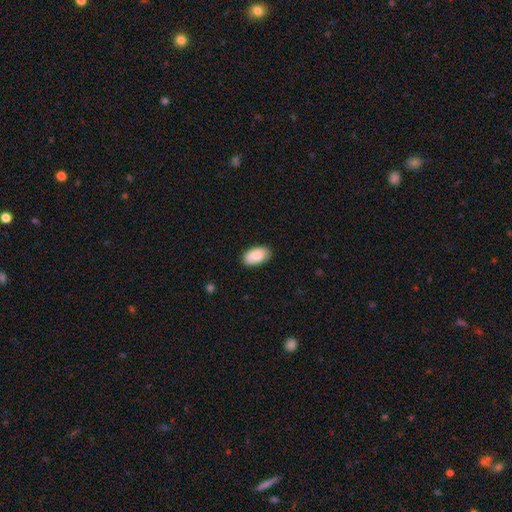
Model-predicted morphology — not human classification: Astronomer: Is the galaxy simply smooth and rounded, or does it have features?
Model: smooth — 89%.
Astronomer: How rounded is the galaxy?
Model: in between — 95%.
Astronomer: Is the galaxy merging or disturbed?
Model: none — 85%.